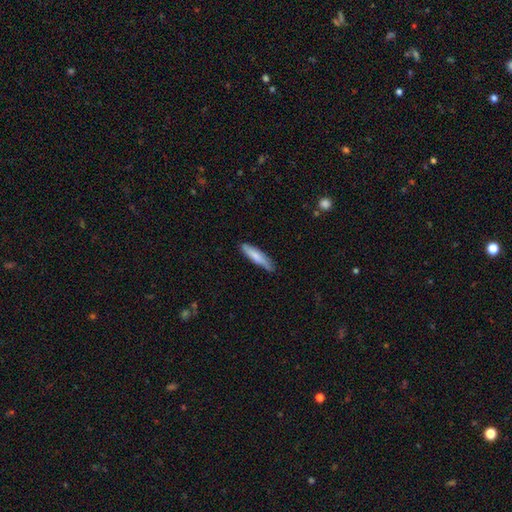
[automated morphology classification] A smooth galaxy with no disk features (76%) that is cigar-shaped (83%).

Vote fractions:
- Smooth or featured? smooth: 76% / featured or disk: 19% / star or artifact: 5%
- How rounded? cigar-shaped: 83% / in between: 16% / round: 1%
- Merging? none: 76% / minor disturbance: 20% / major disturbance: 3% / merger: 2%